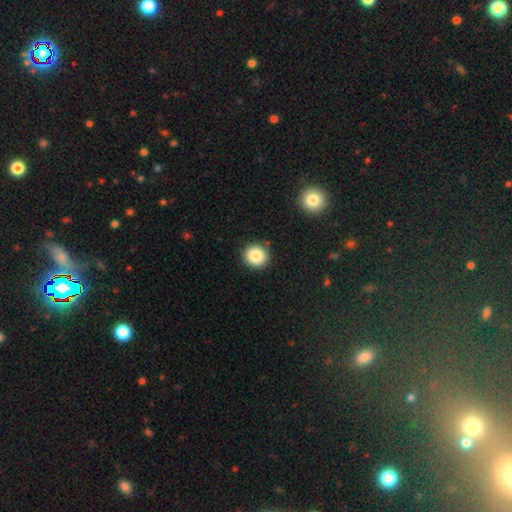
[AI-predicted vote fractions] Overall: smooth (85%). How rounded: round (91%). Merging: none (90%).